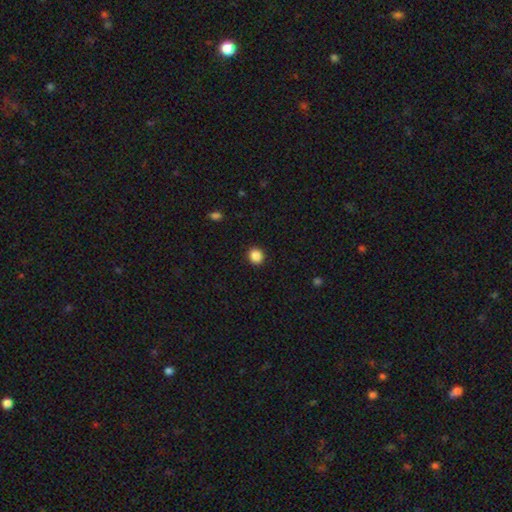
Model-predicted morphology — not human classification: type=smooth (88%); roundness=round (83%); merging=none (92%).